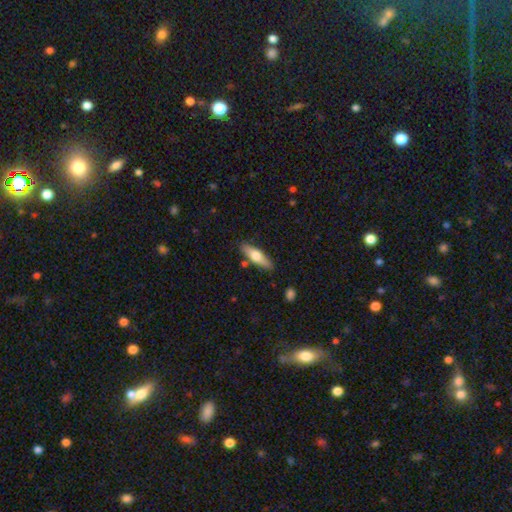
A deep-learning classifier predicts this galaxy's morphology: smooth 60%, featured or disk 34%, star or artifact 6%. Down the decision tree: how rounded — cigar-shaped (57%); merging — none (82%).